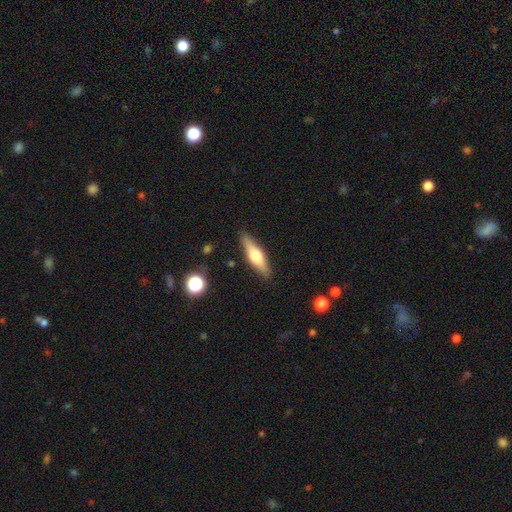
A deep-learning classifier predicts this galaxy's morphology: Overall: smooth (49%; featured or disk 45%). Merging: none (88%).